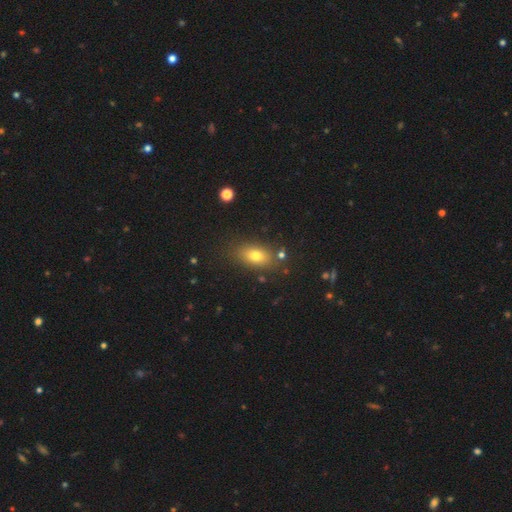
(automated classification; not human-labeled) smooth_or_featured: smooth (p=0.75) [alt: featured or disk p=0.13]
how_rounded: in between (p=0.81) [alt: round p=0.14]
merging: none (p=0.82) [alt: minor disturbance p=0.11]